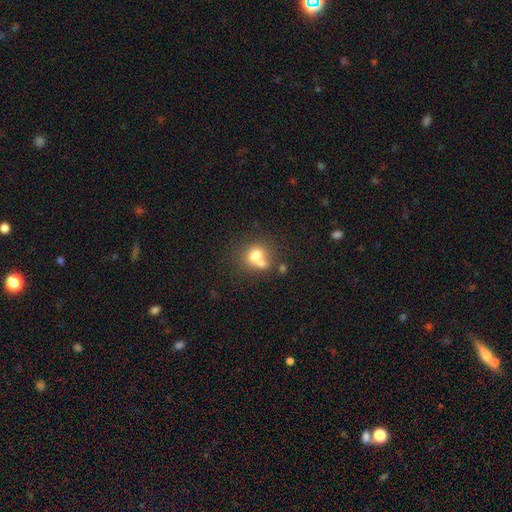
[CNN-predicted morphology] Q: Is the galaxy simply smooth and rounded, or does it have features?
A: smooth — 71%.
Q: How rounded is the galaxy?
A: round — 69%.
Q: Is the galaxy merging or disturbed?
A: merger — 48%.